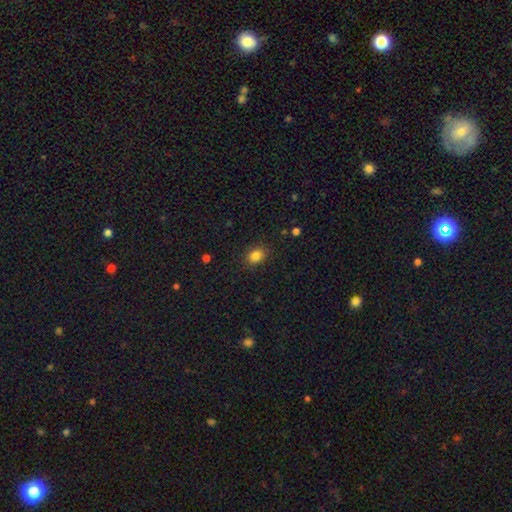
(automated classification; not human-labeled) Overall: smooth (84%). How rounded: in between (51%; round 48%). Merging: none (87%).